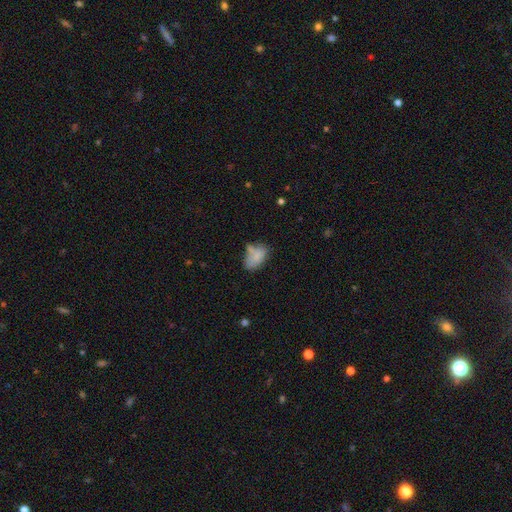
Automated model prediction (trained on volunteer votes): This appears to be a smooth galaxy with no disk features (72%) that is in between round and cigar-shaped (89%). Merging: none (36%).